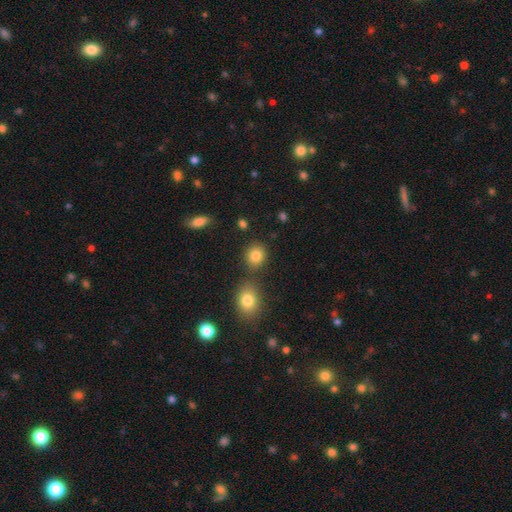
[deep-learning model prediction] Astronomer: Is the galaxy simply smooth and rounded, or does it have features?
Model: smooth — 84%.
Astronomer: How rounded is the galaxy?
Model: round — 74%.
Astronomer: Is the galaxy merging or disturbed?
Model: none — 74%.